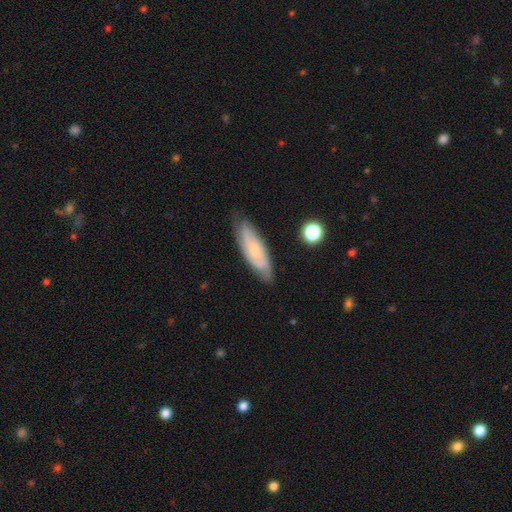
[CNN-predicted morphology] A featured or disk galaxy (50%).

Vote fractions:
- Smooth or featured? featured or disk: 50% / smooth: 44% / star or artifact: 7%
- Merging? none: 71% / minor disturbance: 22% / major disturbance: 5% / merger: 2%